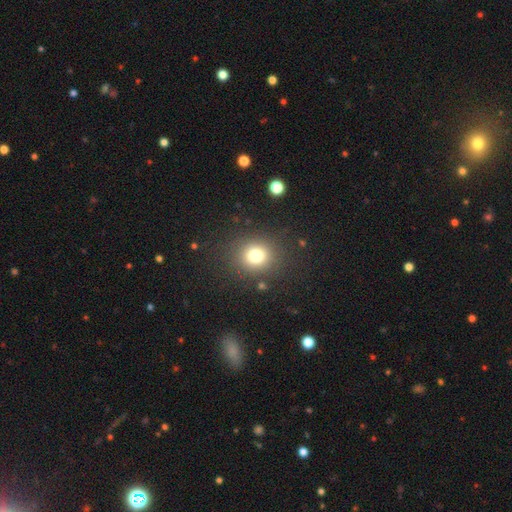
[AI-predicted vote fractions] This appears to be a smooth galaxy with no disk features (77%) that is round (80%). Merging: none (85%).